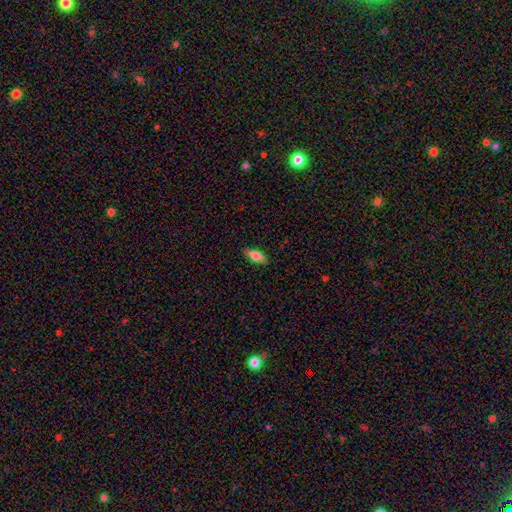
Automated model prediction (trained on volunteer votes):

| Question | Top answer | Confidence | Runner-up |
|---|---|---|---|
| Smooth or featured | smooth | 70% | featured or disk (24%) |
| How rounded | in between | 73% | cigar-shaped (24%) |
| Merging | none | 87% | minor disturbance (10%) |